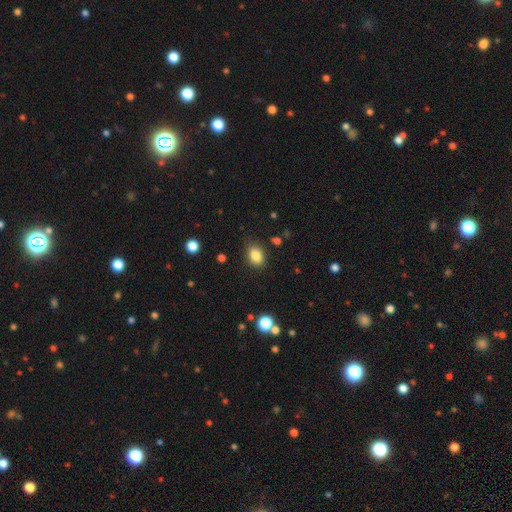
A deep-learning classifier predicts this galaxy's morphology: Smooth or featured?
  - smooth: 85% *
  - star or artifact: 10%
  - featured or disk: 5%
How rounded?
  - in between: 77% *
  - round: 21%
  - cigar-shaped: 1%
Merging?
  - none: 81% *
  - minor disturbance: 13%
  - major disturbance: 4%
  - merger: 2%